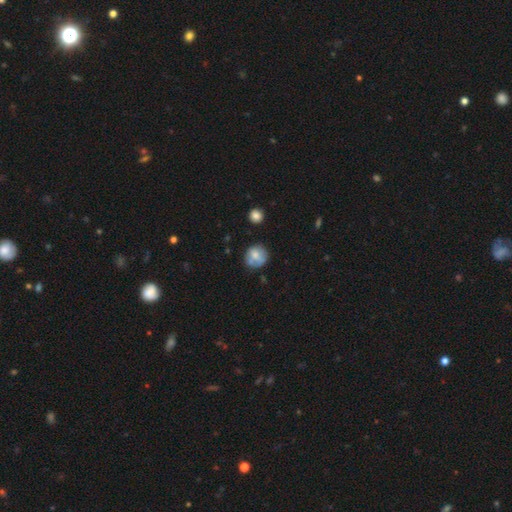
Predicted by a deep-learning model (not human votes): Smooth or featured? smooth (65%)
How rounded? round (85%)
Merging? none (61%)